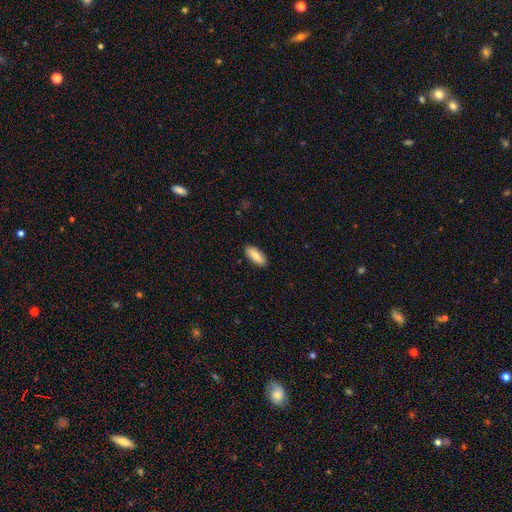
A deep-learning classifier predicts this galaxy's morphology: The model was most divided on "how rounded": in between: 81%, cigar-shaped: 17%, round: 2%. More confident: merging — none (89%); smooth or featured — smooth (83%).